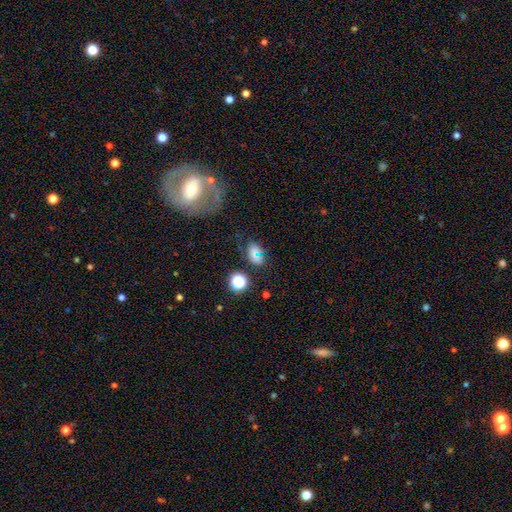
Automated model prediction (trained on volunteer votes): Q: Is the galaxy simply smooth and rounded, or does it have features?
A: smooth — 60%.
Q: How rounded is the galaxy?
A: in between — 68%.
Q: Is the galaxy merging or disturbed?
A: none — 62%.